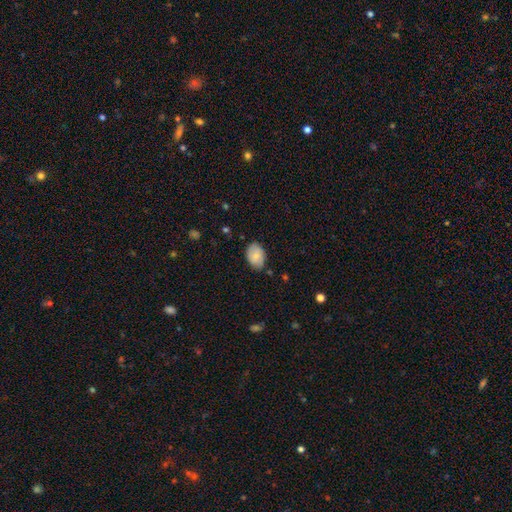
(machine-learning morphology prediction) smooth 78%, featured or disk 15%, star or artifact 7%. Down the decision tree: how rounded — in between (85%); merging — none (76%).